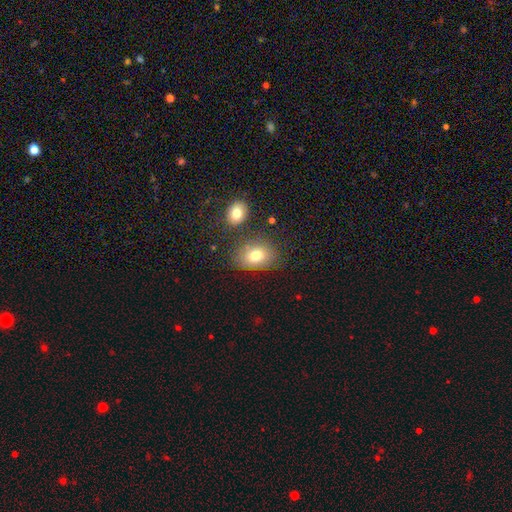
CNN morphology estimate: smooth_or_featured: smooth (p=0.76) [alt: featured or disk p=0.14]
how_rounded: in between (p=0.71) [alt: round p=0.28]
merging: none (p=0.67) [alt: minor disturbance p=0.17]